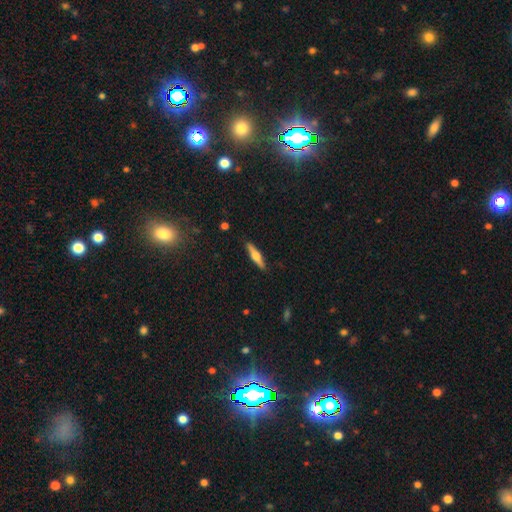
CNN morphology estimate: Smooth or featured?
  - featured or disk: 60% *
  - smooth: 34%
  - star or artifact: 6%
Edge-on disk?
  - yes: 96% *
  - no: 4%
Edge-on bulge?
  - rounded: 93% *
  - boxy: 5%
  - none: 3%
Merging?
  - none: 90% *
  - minor disturbance: 7%
  - major disturbance: 2%
  - merger: 1%